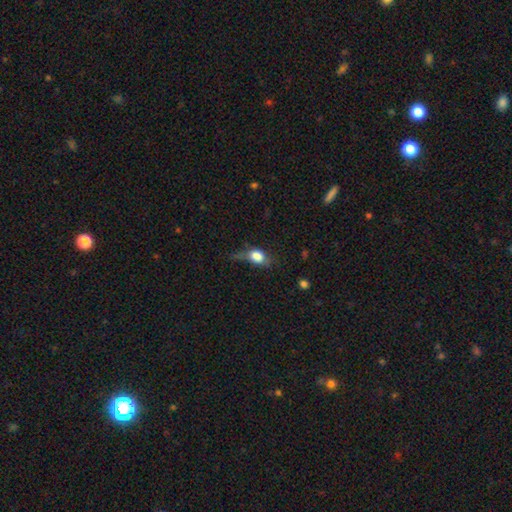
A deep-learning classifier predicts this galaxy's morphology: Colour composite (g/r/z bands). It shows a smooth galaxy with no disk features (78%) that is in between round and cigar-shaped (66%). Merging: minor disturbance (34%).